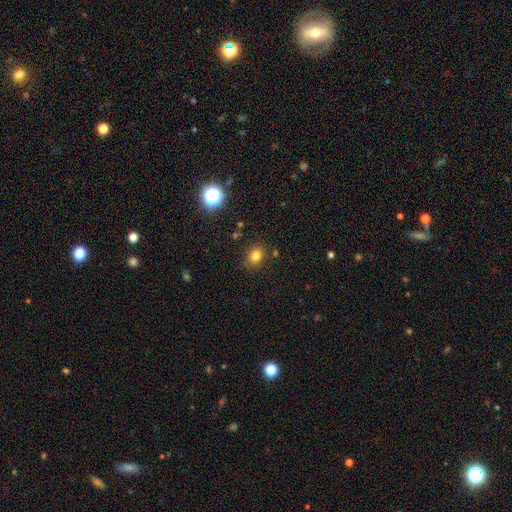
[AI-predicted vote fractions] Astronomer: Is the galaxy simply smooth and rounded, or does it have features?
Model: smooth — 79%.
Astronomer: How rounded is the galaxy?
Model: round — 55% (runner-up: in between, 44%).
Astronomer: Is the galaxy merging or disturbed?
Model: none — 84%.